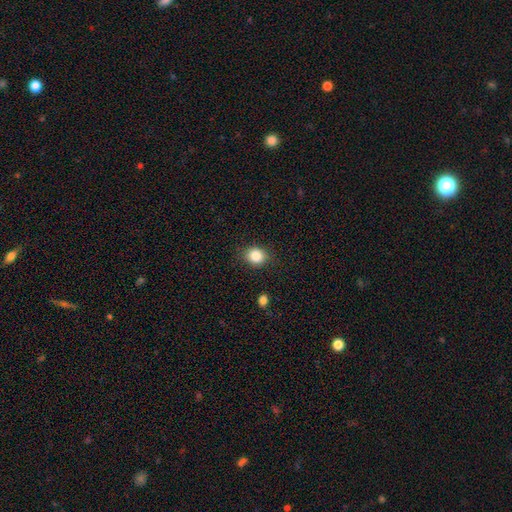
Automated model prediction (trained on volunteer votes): smooth 86%, star or artifact 10%, featured or disk 5%. Down the decision tree: how rounded — round (71%); merging — none (84%).